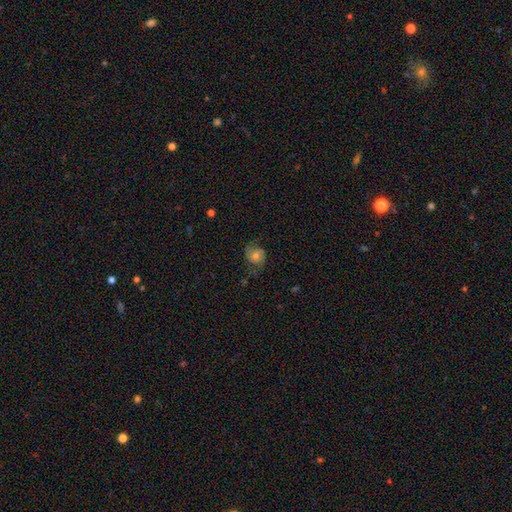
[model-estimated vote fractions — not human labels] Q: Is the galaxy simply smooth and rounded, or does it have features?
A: featured or disk — 60%.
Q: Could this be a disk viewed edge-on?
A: no — 97%.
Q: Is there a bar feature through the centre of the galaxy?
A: no — 71%.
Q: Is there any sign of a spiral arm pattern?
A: yes — 91%.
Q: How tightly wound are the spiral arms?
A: medium — 46%.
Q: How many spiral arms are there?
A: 2 — 86%.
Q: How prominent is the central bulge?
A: moderate — 58%.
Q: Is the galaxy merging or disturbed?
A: none — 67%.